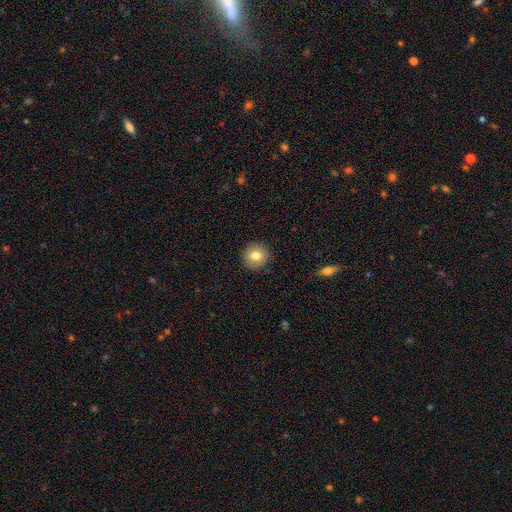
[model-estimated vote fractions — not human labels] The model was most divided on "smooth or featured": smooth: 80%, featured or disk: 11%, star or artifact: 9%. More confident: how rounded — round (94%); merging — none (92%).